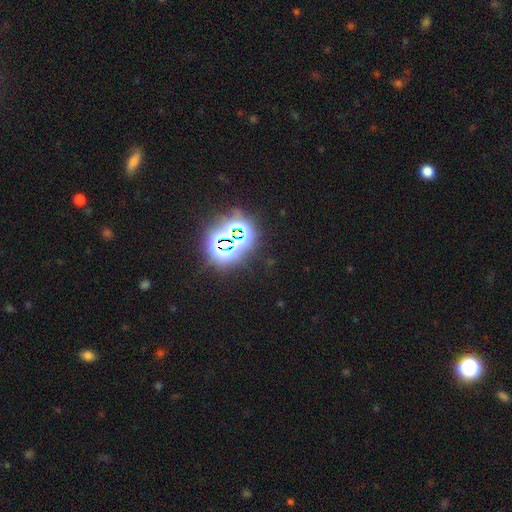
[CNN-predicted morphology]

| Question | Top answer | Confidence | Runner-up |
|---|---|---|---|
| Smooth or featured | star or artifact | 80% | smooth (13%) |